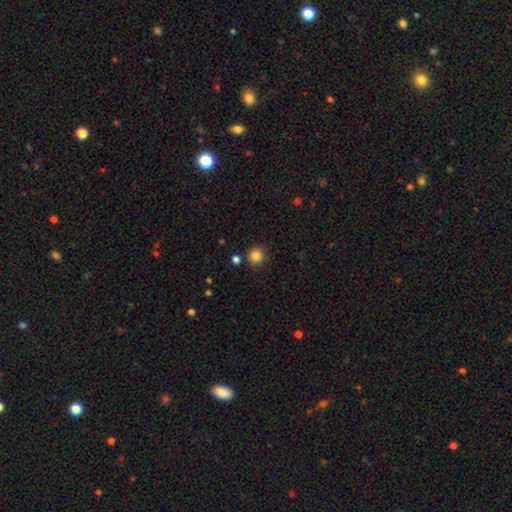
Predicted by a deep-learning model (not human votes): A smooth galaxy with no disk features (85%) that is round (93%).

Vote fractions:
- Smooth or featured? smooth: 85% / star or artifact: 12% / featured or disk: 3%
- How rounded? round: 93% / in between: 7% / cigar-shaped: 1%
- Merging? none: 85% / minor disturbance: 8% / merger: 5% / major disturbance: 3%